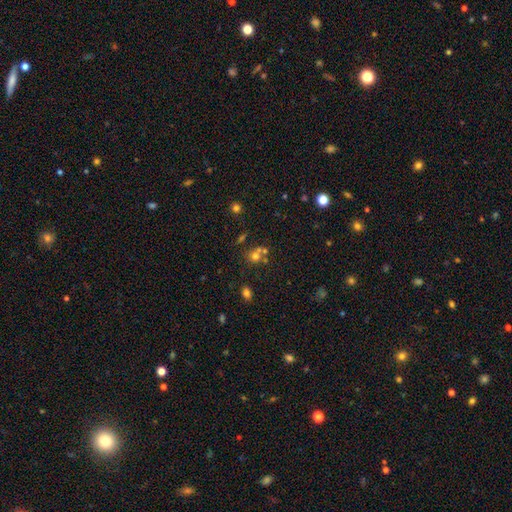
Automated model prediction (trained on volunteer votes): This is likely a smooth galaxy (64%). How rounded: likely round (79%). Merging: possibly none (48%).